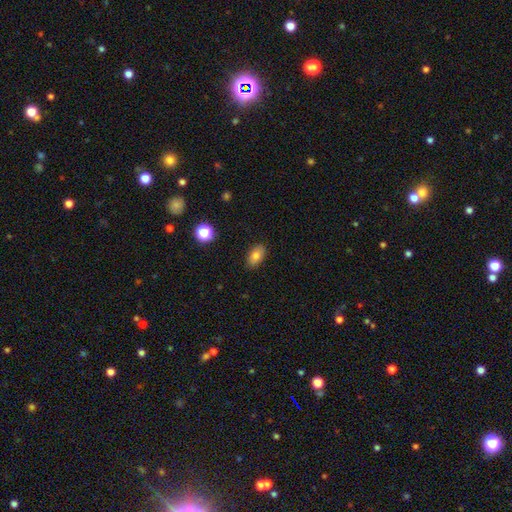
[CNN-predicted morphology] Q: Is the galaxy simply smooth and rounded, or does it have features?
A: smooth — 81%.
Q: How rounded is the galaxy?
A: in between — 90%.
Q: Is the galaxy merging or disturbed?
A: none — 87%.